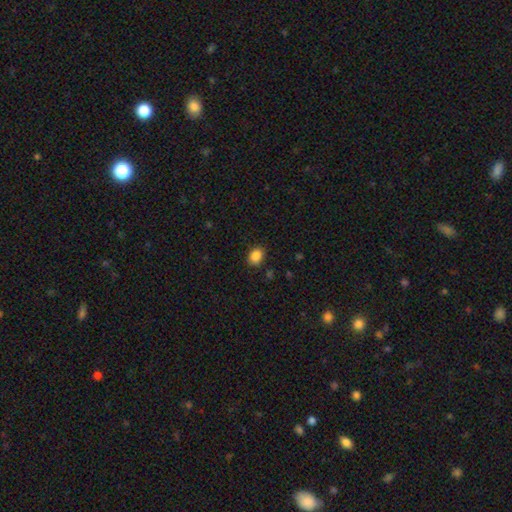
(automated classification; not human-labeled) A smooth galaxy with no disk features (87%) that is in between round and cigar-shaped (60%).

Vote fractions:
- Smooth or featured? smooth: 87% / star or artifact: 9% / featured or disk: 4%
- How rounded? in between: 60% / round: 40% / cigar-shaped: 1%
- Merging? none: 86% / minor disturbance: 10% / major disturbance: 3% / merger: 1%